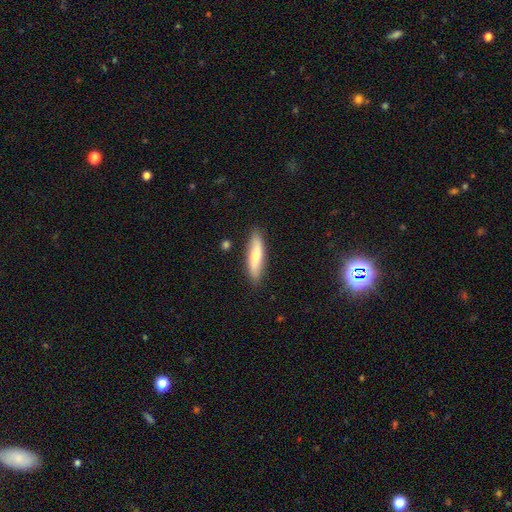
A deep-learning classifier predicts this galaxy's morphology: This is likely a smooth galaxy (64%). How rounded: likely cigar-shaped (70%). Merging: clearly none (85%).